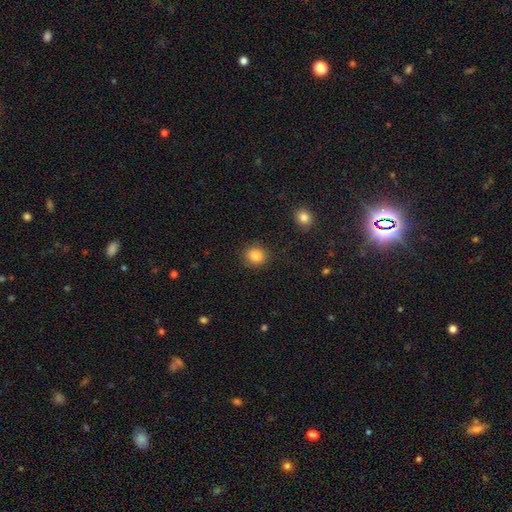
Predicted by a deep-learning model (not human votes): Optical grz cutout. It shows a smooth galaxy with no disk features (85%) that is round (84%). Merging: none (89%).